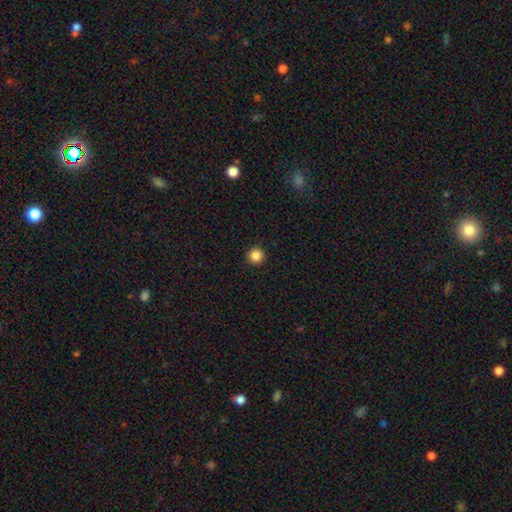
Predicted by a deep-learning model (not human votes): Smooth or featured: smooth — 86% (star or artifact — 11%)
How rounded: round — 96% (in between — 3%)
Merging: none — 93% (minor disturbance — 4%)